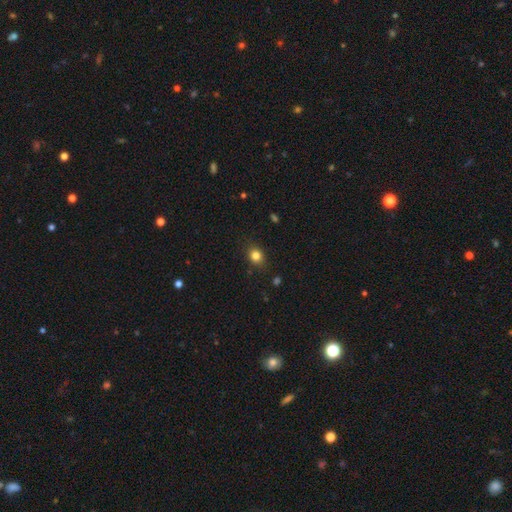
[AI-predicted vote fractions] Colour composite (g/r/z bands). It shows a smooth galaxy with no disk features (82%) that is round (66%). Merging: none (86%).